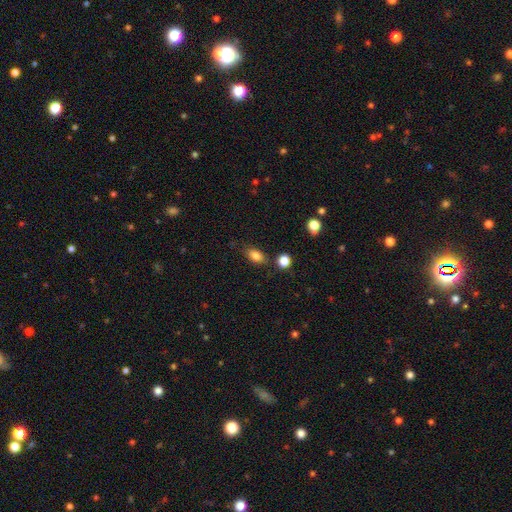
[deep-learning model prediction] smooth_or_featured: smooth (p=0.84) [alt: star or artifact p=0.10]
how_rounded: in between (p=0.82) [alt: round p=0.15]
merging: none (p=0.76) [alt: minor disturbance p=0.15]